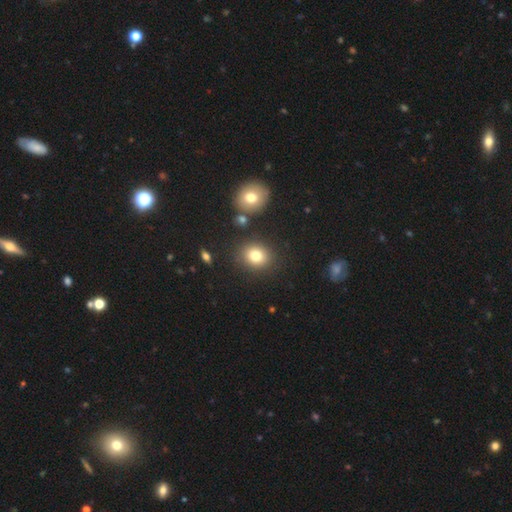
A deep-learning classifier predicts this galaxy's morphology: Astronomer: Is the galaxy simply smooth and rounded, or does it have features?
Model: smooth — 79%.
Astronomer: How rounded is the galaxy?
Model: round — 70%.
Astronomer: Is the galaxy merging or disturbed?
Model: none — 83%.